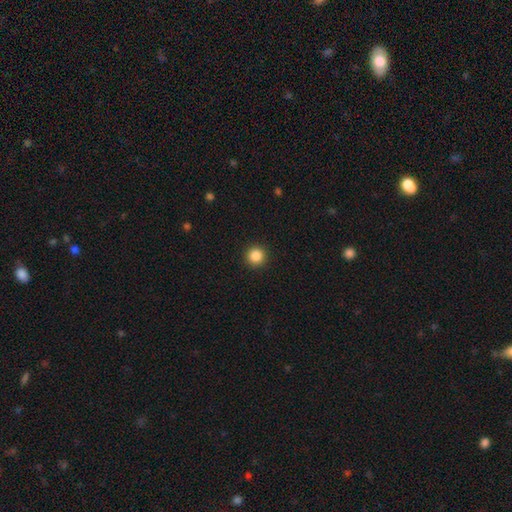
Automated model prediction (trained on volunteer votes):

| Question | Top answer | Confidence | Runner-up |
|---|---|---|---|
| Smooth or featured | smooth | 86% | star or artifact (11%) |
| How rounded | round | 95% | in between (4%) |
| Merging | none | 93% | minor disturbance (5%) |